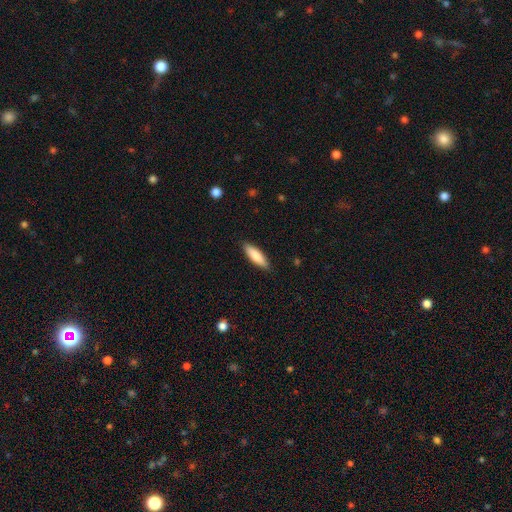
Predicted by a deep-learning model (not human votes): smooth_or_featured: smooth (p=0.82) [alt: featured or disk p=0.12]
how_rounded: cigar-shaped (p=0.55) [alt: in between p=0.43]
merging: none (p=0.88) [alt: minor disturbance p=0.09]